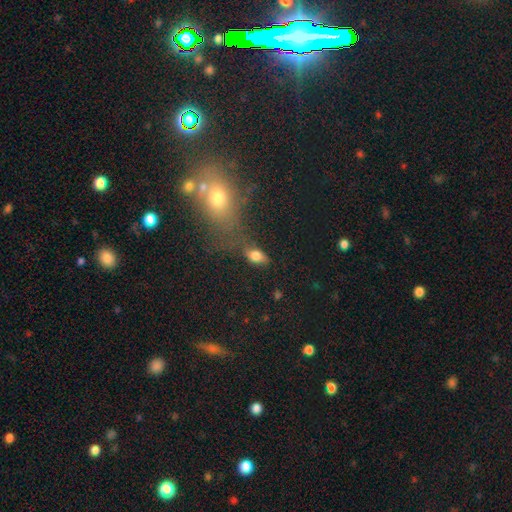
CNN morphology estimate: type=smooth (77%); roundness=in between (85%); merging=none (58%).